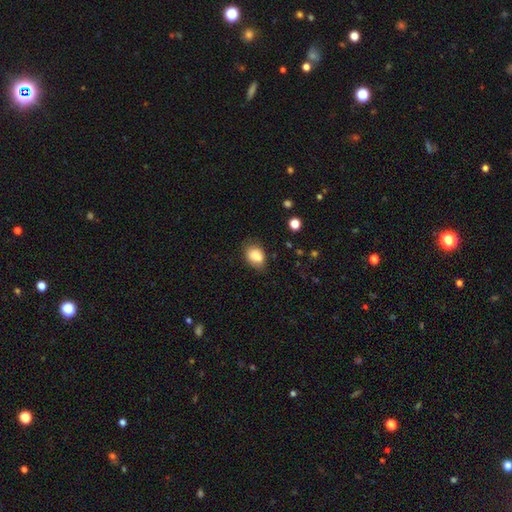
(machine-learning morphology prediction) Smooth or featured? smooth (83%)
How rounded? in between (69%)
Merging? none (62%)